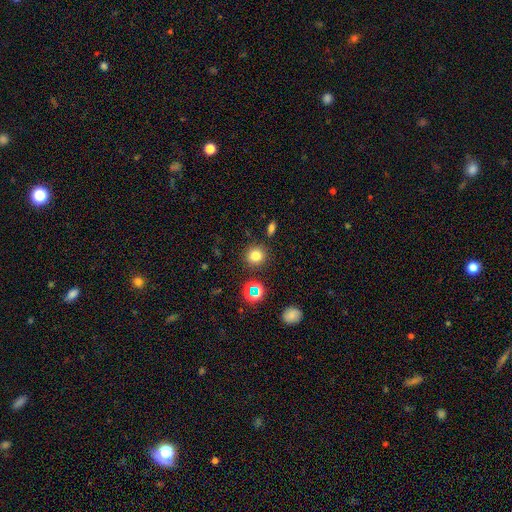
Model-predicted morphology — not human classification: smooth_or_featured: smooth (p=0.76) [alt: star or artifact p=0.17]
how_rounded: round (p=0.88) [alt: in between p=0.11]
merging: none (p=0.85) [alt: minor disturbance p=0.08]